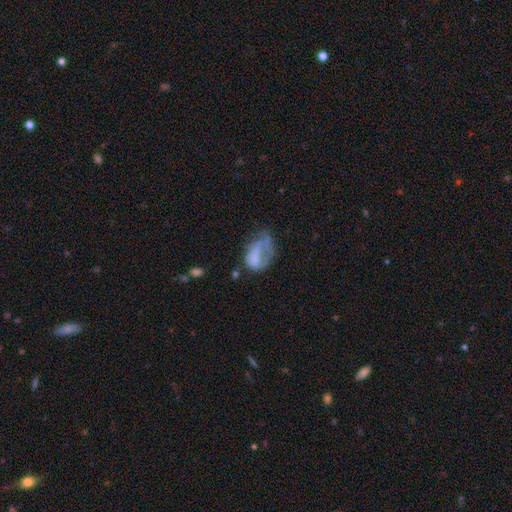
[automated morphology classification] A smooth galaxy with no disk features (50%).

Vote fractions:
- Smooth or featured? smooth: 50% / featured or disk: 39% / star or artifact: 11%
- Merging? major disturbance: 47% / minor disturbance: 24% / none: 22% / merger: 7%